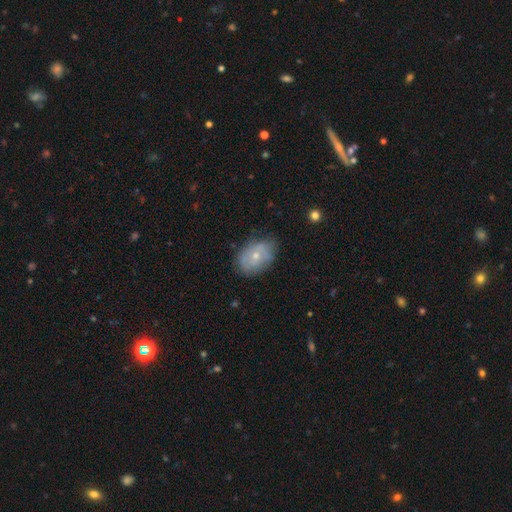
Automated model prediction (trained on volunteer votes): Smooth or featured: smooth — 52% (featured or disk — 41%)
How rounded: in between — 78% (round — 20%)
Merging: none — 71% (minor disturbance — 22%)